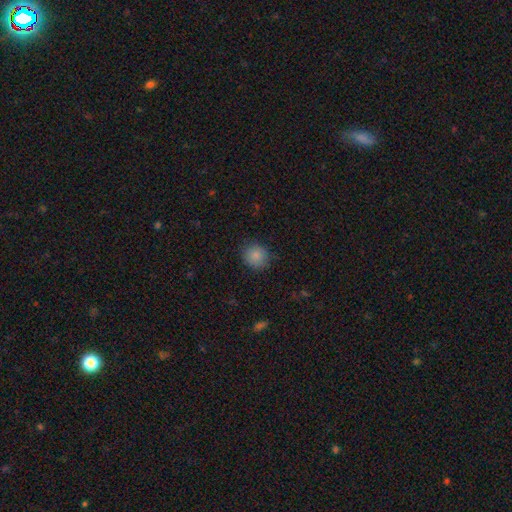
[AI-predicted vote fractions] Smooth or featured: smooth — 86% (star or artifact — 9%)
How rounded: round — 83% (in between — 16%)
Merging: none — 85% (minor disturbance — 11%)